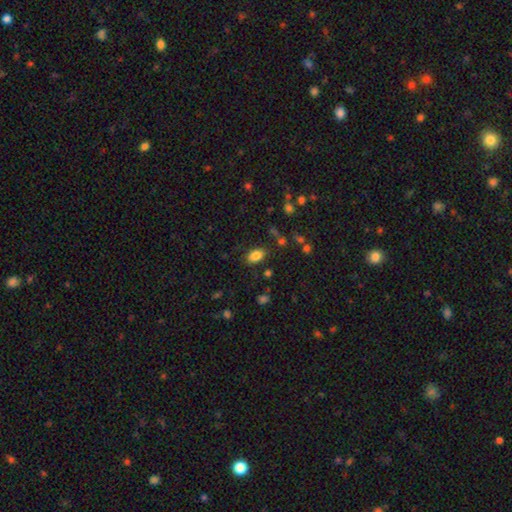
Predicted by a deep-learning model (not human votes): smooth-or-featured: smooth: 84% | star or artifact: 10% | featured or disk: 6%
  how-rounded: in between: 90% | round: 7% | cigar-shaped: 2%
  merging: none: 82% | minor disturbance: 12% | major disturbance: 4% | merger: 3%